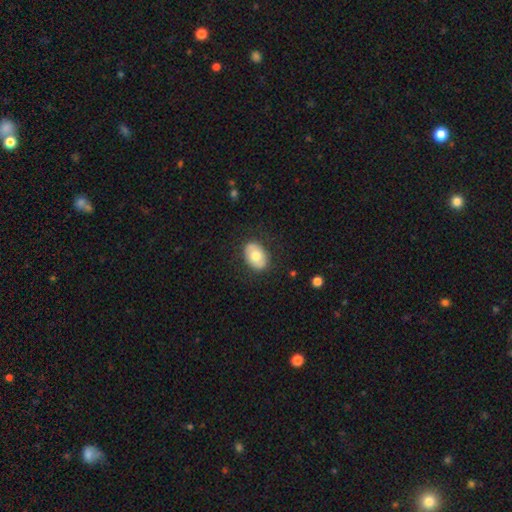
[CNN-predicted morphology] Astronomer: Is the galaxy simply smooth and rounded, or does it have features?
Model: smooth — 69%.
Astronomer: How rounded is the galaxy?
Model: in between — 78%.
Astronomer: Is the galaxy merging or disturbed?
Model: none — 83%.